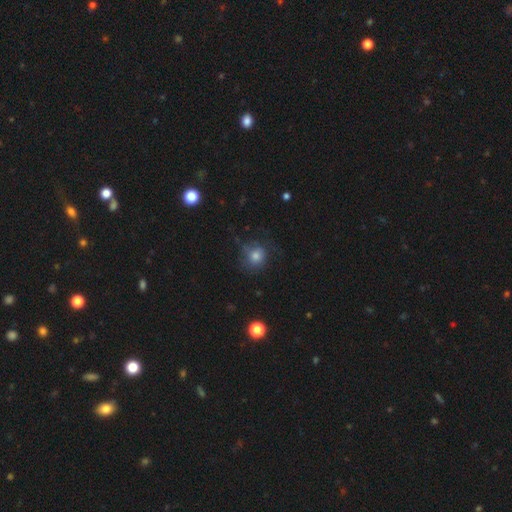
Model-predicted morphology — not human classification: smooth 72%, featured or disk 15%, star or artifact 14%. Down the decision tree: how rounded — round (84%); merging — none (61%).